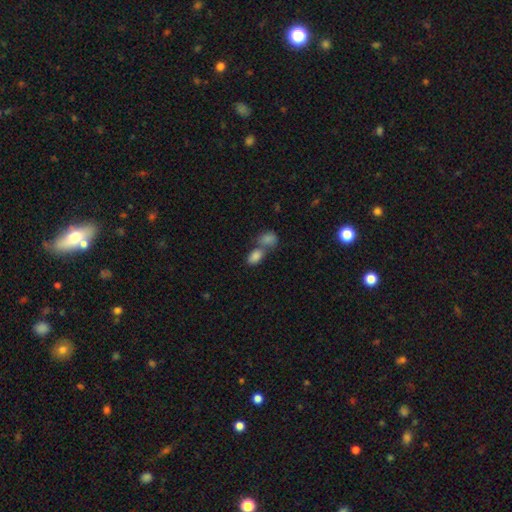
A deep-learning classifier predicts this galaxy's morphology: A smooth galaxy with no disk features (84%) that is in between round and cigar-shaped (89%). Merging: merger (56%).